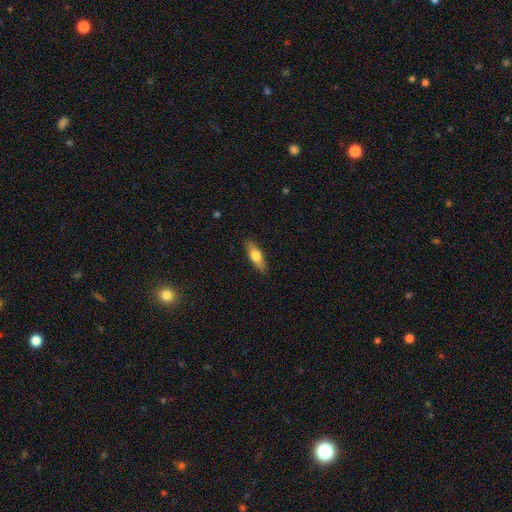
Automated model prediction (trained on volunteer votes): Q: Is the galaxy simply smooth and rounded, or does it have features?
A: smooth — 65%.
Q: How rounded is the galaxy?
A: in between — 58%.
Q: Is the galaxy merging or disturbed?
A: none — 87%.